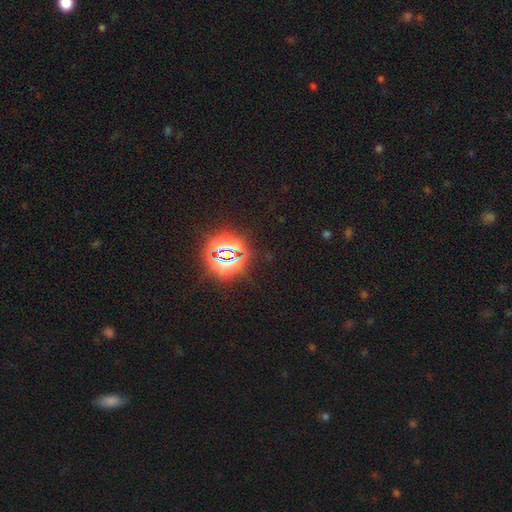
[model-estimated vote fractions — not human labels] smooth-or-featured: star or artifact: 81% | smooth: 12% | featured or disk: 7%